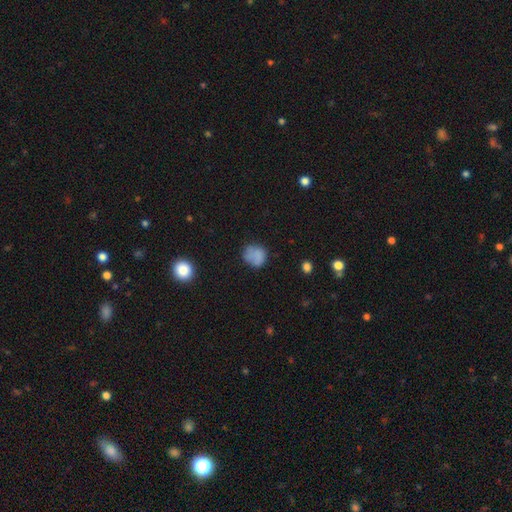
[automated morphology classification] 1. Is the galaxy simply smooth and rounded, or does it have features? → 78% smooth, 11% star or artifact, 11% featured or disk.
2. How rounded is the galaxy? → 73% round, 26% in between, 1% cigar-shaped.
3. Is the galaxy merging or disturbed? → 60% none, 26% minor disturbance, 10% major disturbance, 4% merger.